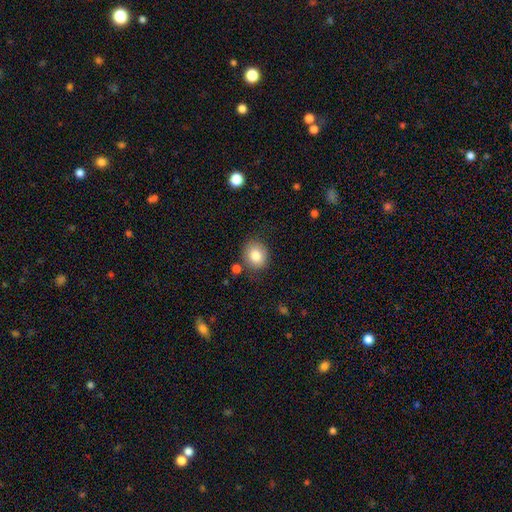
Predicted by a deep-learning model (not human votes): smooth 83%, star or artifact 9%, featured or disk 8%. Down the decision tree: how rounded — round (69%); merging — none (80%).